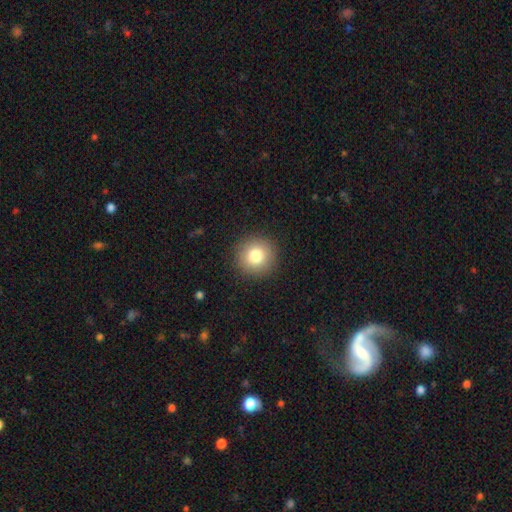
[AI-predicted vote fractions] A smooth galaxy with no disk features (82%) that is round (94%). Merging: none (91%).